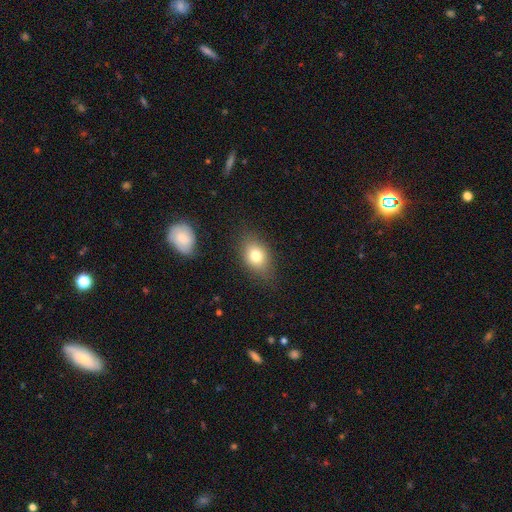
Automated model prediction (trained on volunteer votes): smooth 77%, featured or disk 13%, star or artifact 10%. Down the decision tree: how rounded — in between (73%); merging — none (79%).